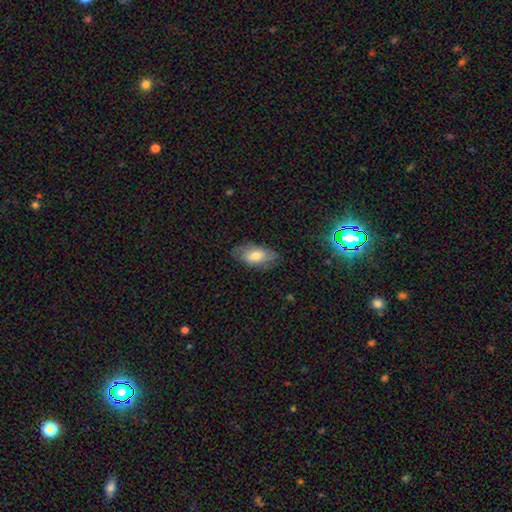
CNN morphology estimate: smooth 62%, featured or disk 30%, star or artifact 8%. Down the decision tree: how rounded — in between (89%); merging — none (71%).